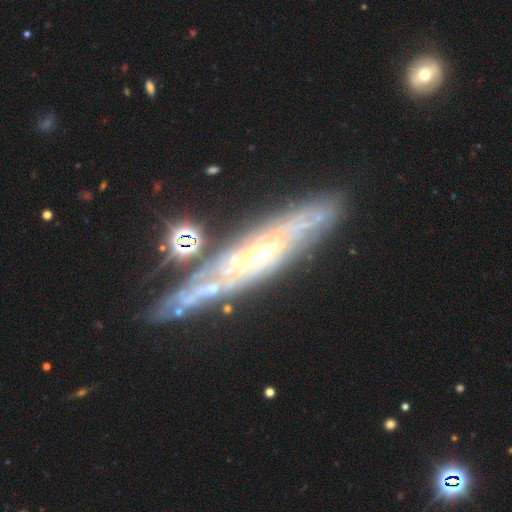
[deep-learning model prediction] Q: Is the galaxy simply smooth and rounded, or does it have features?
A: featured or disk — 82%.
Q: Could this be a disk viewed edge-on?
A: yes — 52%.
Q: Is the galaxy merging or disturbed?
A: none — 73%.